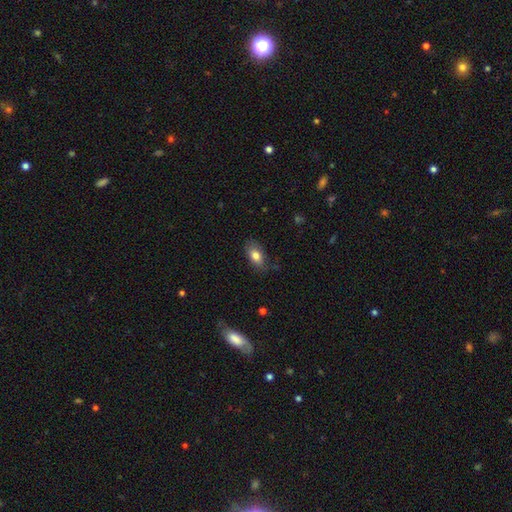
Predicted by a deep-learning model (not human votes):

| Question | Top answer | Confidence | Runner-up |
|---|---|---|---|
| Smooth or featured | smooth | 80% | featured or disk (13%) |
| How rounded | in between | 90% | round (7%) |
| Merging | none | 72% | minor disturbance (21%) |